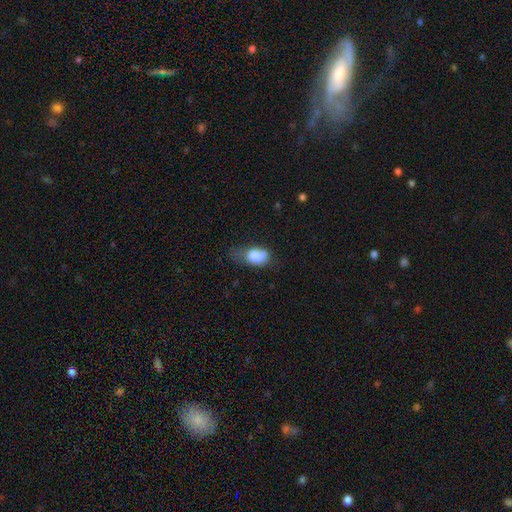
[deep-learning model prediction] smooth_or_featured: smooth (p=0.78) [alt: featured or disk p=0.14]
how_rounded: in between (p=0.82) [alt: round p=0.15]
merging: minor disturbance (p=0.38) [alt: major disturbance p=0.28]